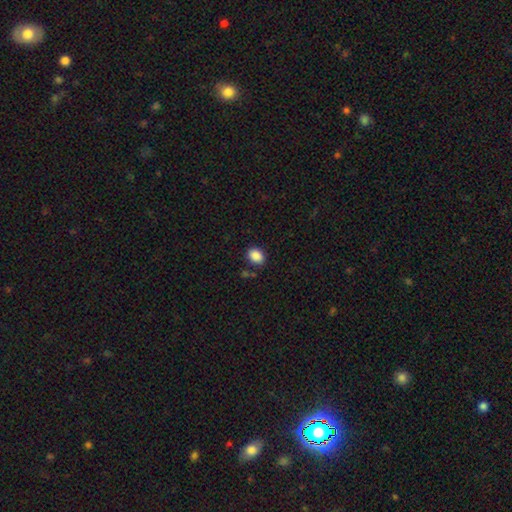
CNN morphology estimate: smooth-or-featured: smooth: 88% | star or artifact: 9% | featured or disk: 3%
  how-rounded: in between: 68% | round: 31% | cigar-shaped: 1%
  merging: none: 83% | minor disturbance: 10% | merger: 4% | major disturbance: 3%